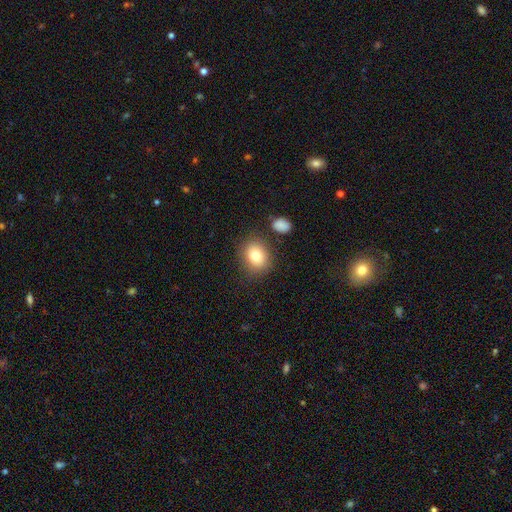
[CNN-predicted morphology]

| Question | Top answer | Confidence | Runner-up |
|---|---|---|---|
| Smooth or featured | smooth | 80% | featured or disk (10%) |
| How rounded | round | 55% | in between (44%) |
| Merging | none | 79% | minor disturbance (12%) |